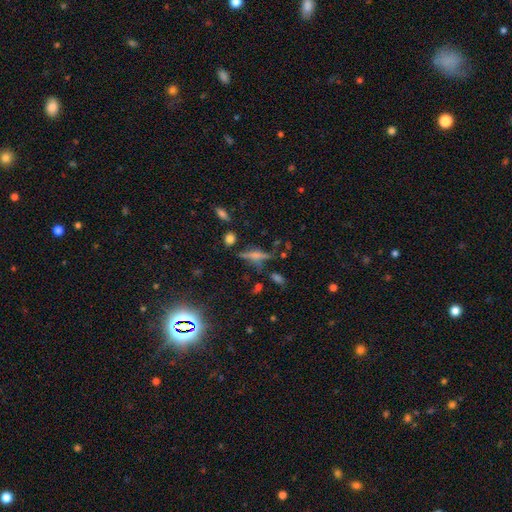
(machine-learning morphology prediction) Smooth or featured? featured or disk (44%)
Merging? none (64%)